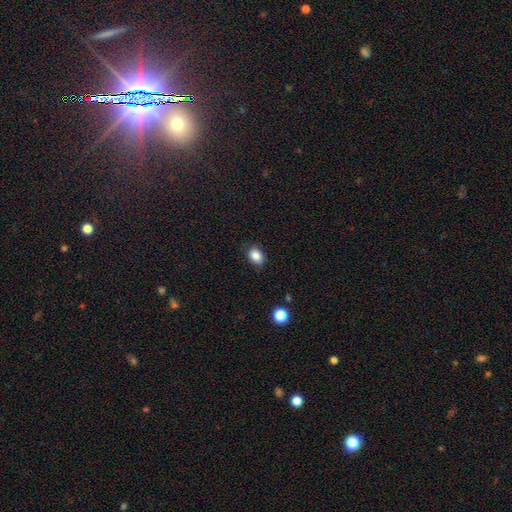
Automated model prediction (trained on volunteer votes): Smooth or featured? smooth (85%)
How rounded? in between (67%)
Merging? none (85%)